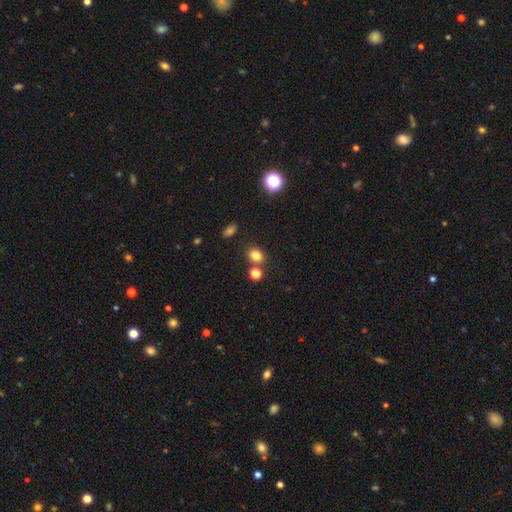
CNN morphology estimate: Overall: smooth (79%). How rounded: round (58%; in between 41%). Merging: none (74%).